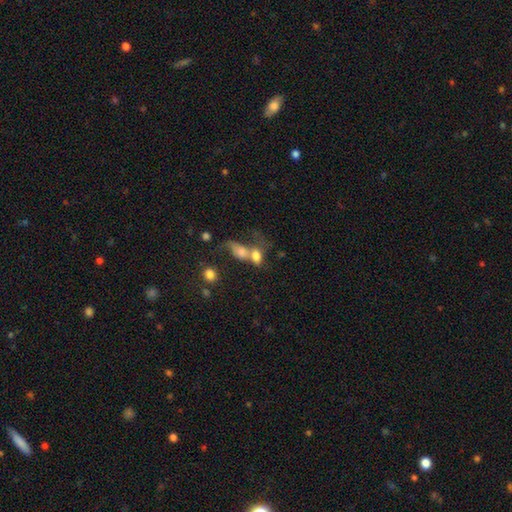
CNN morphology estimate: smooth 70%, featured or disk 19%, star or artifact 12%. Down the decision tree: how rounded — in between (73%); merging — merger (64%).